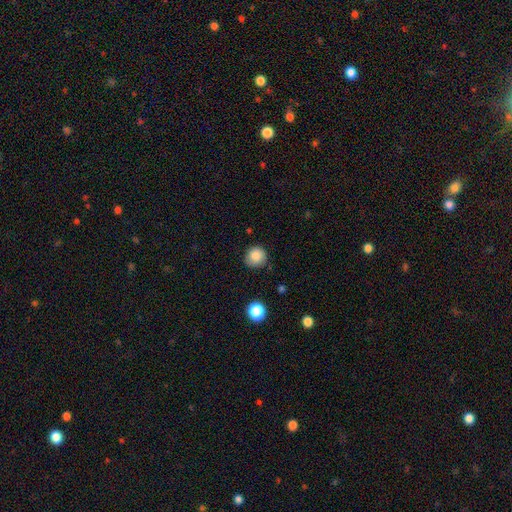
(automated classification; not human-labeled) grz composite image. It shows a smooth galaxy with no disk features (85%) that is round (90%). Merging: none (76%).